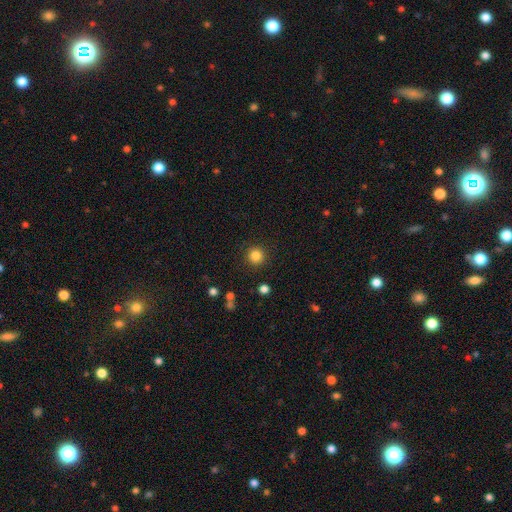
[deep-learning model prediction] This appears to be a smooth galaxy with no disk features (84%) that is round (95%). Merging: none (91%).